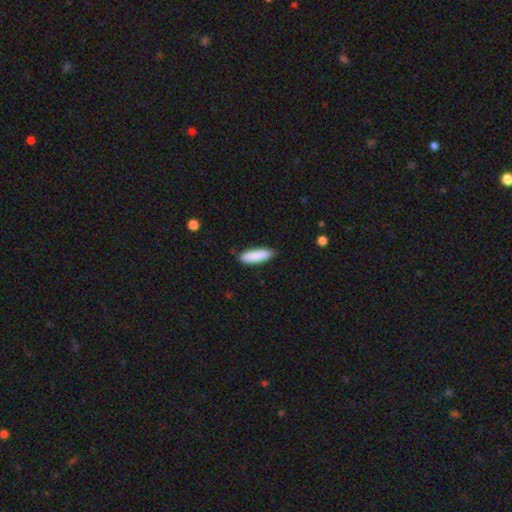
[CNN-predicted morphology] This is clearly a smooth galaxy (88%). How rounded: possibly cigar-shaped (53%). Merging: clearly none (84%).